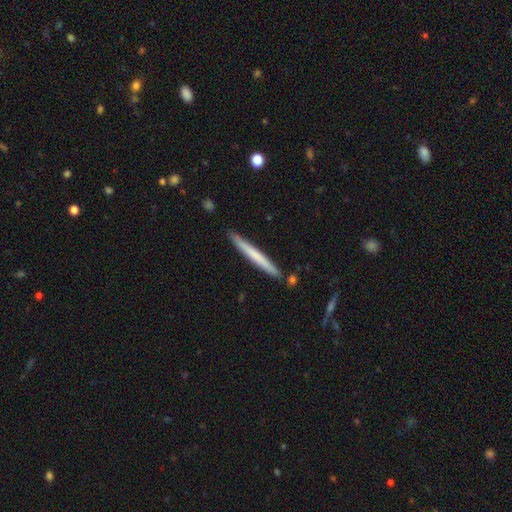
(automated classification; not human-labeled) Smooth or featured: smooth — 63% (featured or disk — 32%)
How rounded: cigar-shaped — 97% (in between — 2%)
Merging: none — 89% (minor disturbance — 8%)